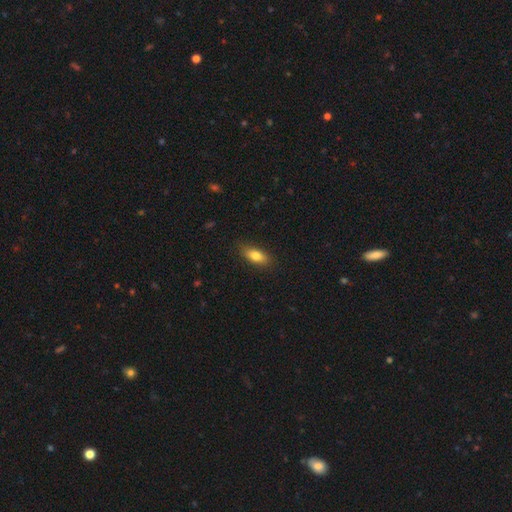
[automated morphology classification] smooth-or-featured: smooth: 80% | featured or disk: 12% | star or artifact: 7%
  how-rounded: in between: 79% | cigar-shaped: 16% | round: 4%
  merging: none: 84% | minor disturbance: 12% | major disturbance: 3% | merger: 1%